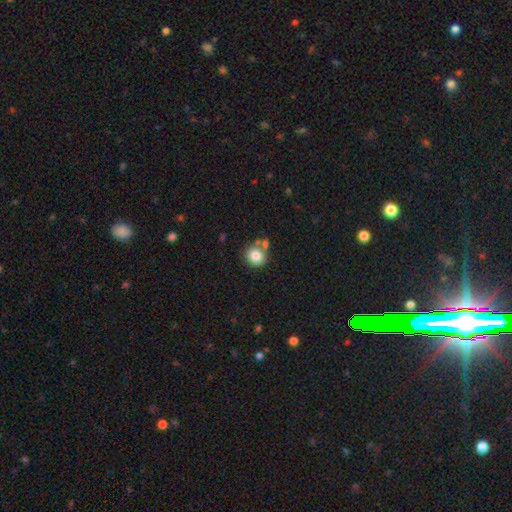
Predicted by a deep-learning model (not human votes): Morphology: type=smooth (82%); roundness=round (87%); merging=none (65%).